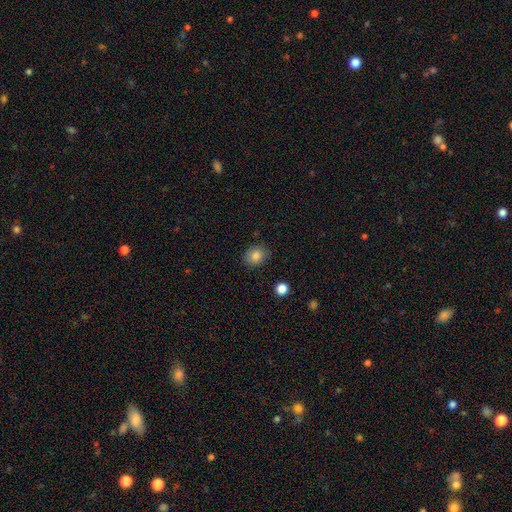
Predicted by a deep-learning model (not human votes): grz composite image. It shows a smooth galaxy with no disk features (84%) that is round (56%). Merging: none (85%).